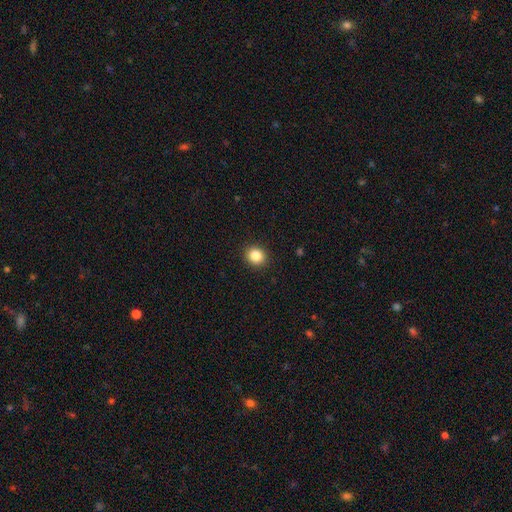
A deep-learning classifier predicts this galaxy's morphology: Smooth or featured? Predicted: smooth (p=0.85). How rounded? Predicted: round (p=0.85). Merging? Predicted: none (p=0.92).